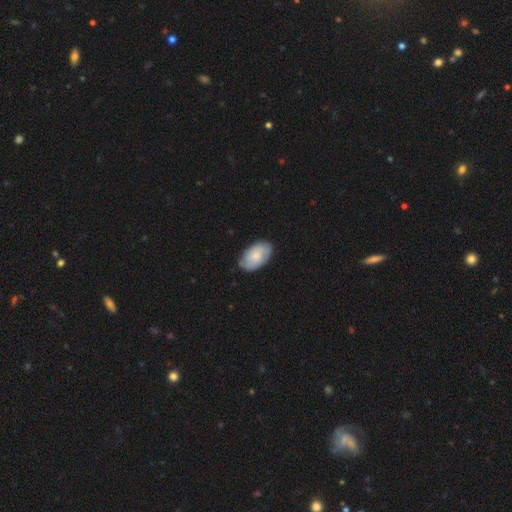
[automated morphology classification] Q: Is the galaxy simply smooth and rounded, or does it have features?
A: smooth — 71%.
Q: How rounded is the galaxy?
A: in between — 94%.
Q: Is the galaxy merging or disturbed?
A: none — 78%.